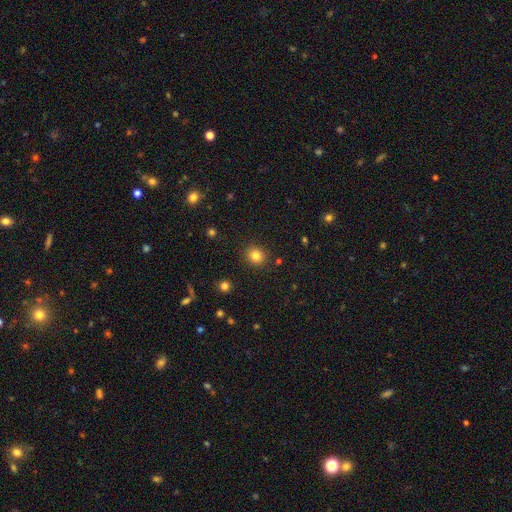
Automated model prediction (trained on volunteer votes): Smooth or featured? smooth (83%)
How rounded? round (82%)
Merging? none (89%)